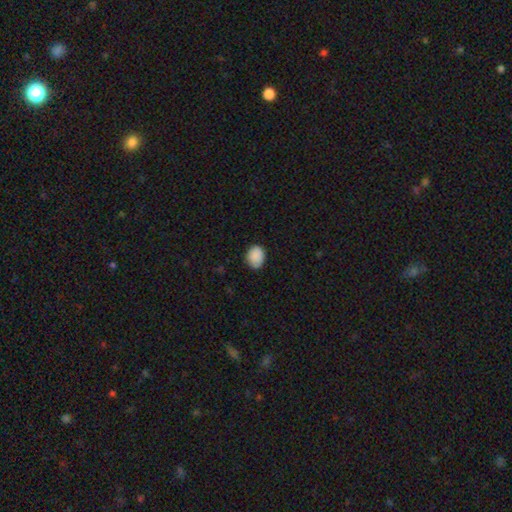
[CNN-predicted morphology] Overall: smooth (89%). How rounded: in between (59%; round 40%). Merging: none (77%).